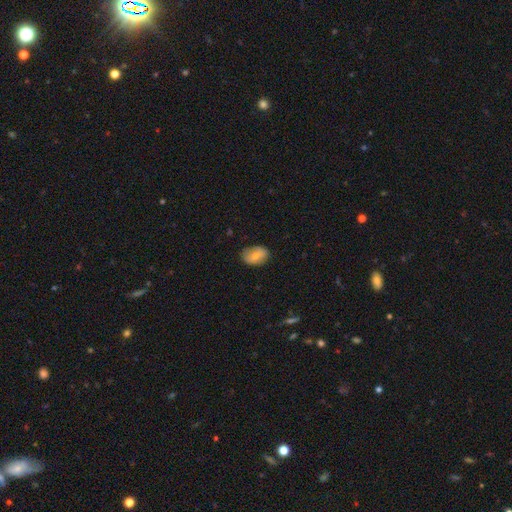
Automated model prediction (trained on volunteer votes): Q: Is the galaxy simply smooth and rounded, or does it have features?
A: smooth — 73%.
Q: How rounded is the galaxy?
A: in between — 83%.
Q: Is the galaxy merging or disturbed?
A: none — 78%.